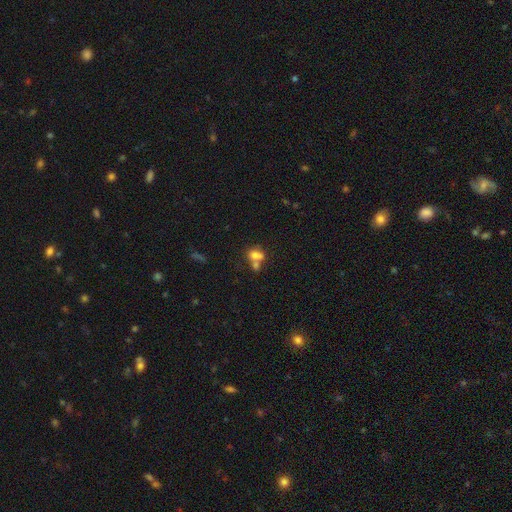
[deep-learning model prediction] smooth 70%, featured or disk 18%, star or artifact 13%. Down the decision tree: how rounded — in between (54%); merging — merger (60%).